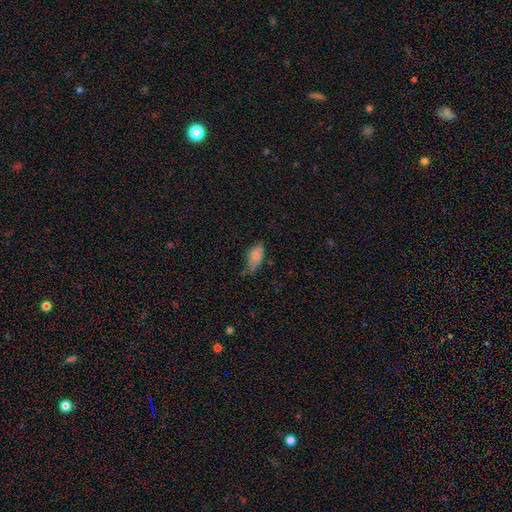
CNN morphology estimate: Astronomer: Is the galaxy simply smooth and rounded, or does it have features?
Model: smooth — 80%.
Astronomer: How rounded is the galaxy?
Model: in between — 90%.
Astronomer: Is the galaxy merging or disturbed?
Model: none — 44% (runner-up: minor disturbance, 40%).